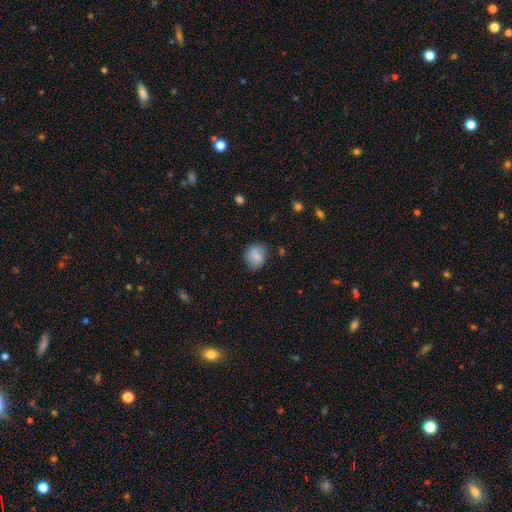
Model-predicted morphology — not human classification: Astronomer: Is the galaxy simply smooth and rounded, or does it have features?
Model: smooth — 72%.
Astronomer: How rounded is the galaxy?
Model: round — 64%.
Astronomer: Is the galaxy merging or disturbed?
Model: none — 74%.